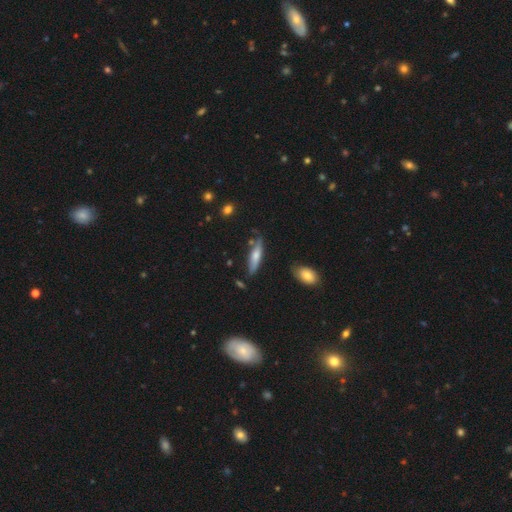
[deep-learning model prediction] Smooth or featured?
  - smooth: 58% *
  - featured or disk: 36%
  - star or artifact: 6%
How rounded?
  - cigar-shaped: 72% *
  - in between: 26%
  - round: 2%
Merging?
  - none: 73% *
  - minor disturbance: 18%
  - merger: 5%
  - major disturbance: 3%